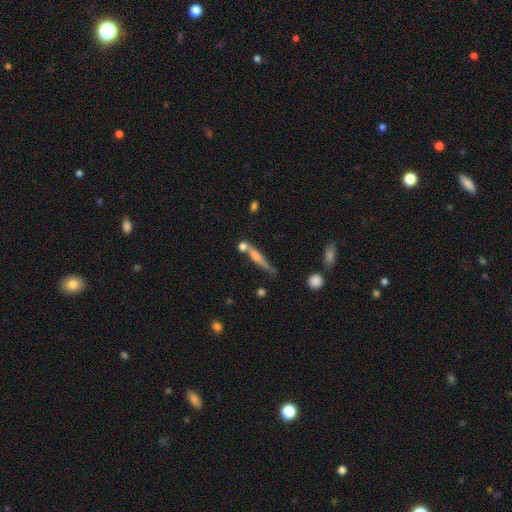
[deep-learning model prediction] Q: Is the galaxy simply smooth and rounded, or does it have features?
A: smooth — 46%.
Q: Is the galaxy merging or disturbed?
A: none — 57%.